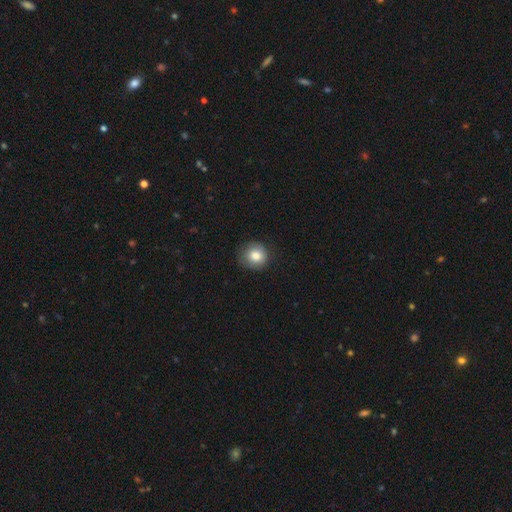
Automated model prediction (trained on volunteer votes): This is clearly a smooth galaxy (83%). How rounded: clearly round (88%). Merging: clearly none (81%).